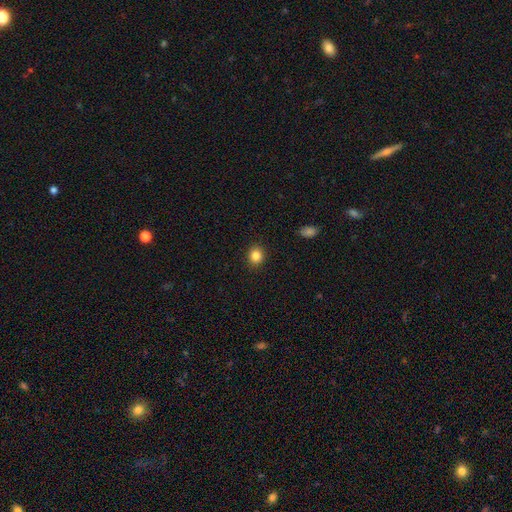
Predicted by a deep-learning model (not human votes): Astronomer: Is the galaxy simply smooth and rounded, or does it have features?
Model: smooth — 85%.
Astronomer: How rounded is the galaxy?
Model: round — 74%.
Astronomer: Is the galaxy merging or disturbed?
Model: none — 91%.